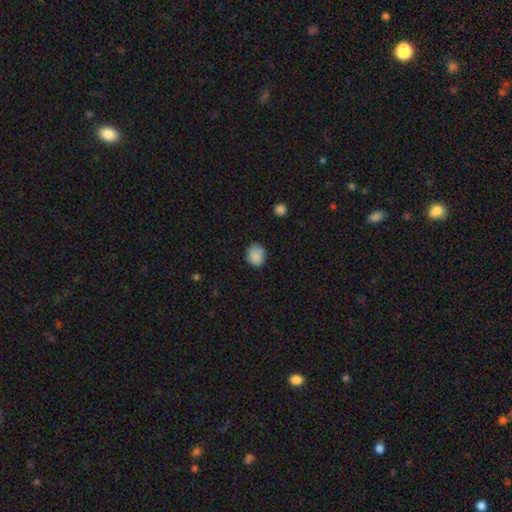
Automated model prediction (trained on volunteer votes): smooth-or-featured: smooth: 87% | star or artifact: 8% | featured or disk: 4%
  how-rounded: round: 69% | in between: 30% | cigar-shaped: 1%
  merging: none: 79% | minor disturbance: 16% | major disturbance: 3% | merger: 2%